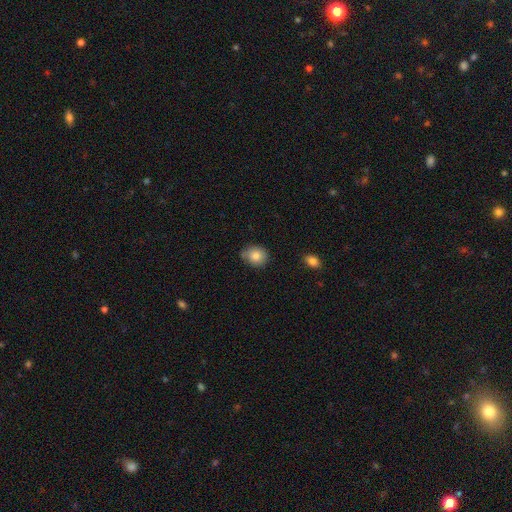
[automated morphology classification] smooth-or-featured: smooth: 82% | featured or disk: 9% | star or artifact: 9%
  how-rounded: round: 72% | in between: 27% | cigar-shaped: 1%
  merging: none: 73% | minor disturbance: 20% | merger: 4% | major disturbance: 3%